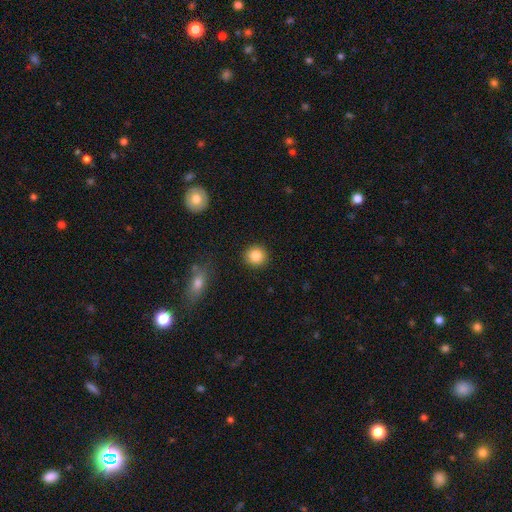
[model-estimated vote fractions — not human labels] Smooth or featured? smooth (86%)
How rounded? round (91%)
Merging? none (91%)